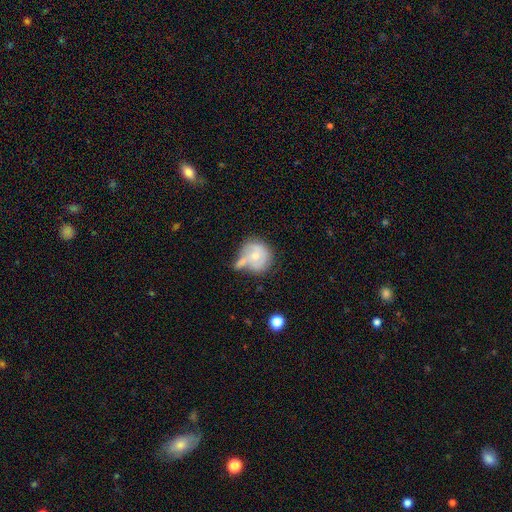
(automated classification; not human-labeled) Smooth or featured? featured or disk (48%)
Merging? merger (34%)